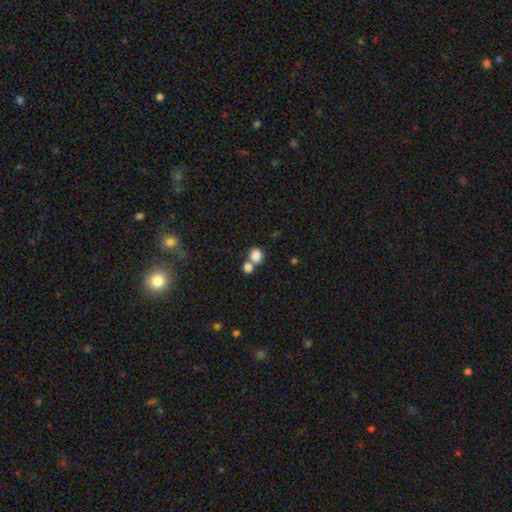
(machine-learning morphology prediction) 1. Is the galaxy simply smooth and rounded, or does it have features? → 83% smooth, 10% star or artifact, 7% featured or disk.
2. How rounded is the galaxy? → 75% round, 24% in between, 1% cigar-shaped.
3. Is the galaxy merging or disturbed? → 48% merger, 42% none, 7% minor disturbance, 3% major disturbance.